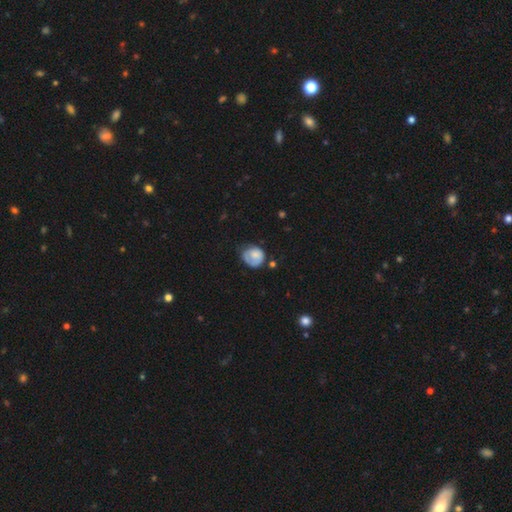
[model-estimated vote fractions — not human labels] Smooth or featured: smooth — 65% (featured or disk — 28%)
How rounded: round — 72% (in between — 27%)
Merging: none — 48% (minor disturbance — 32%)